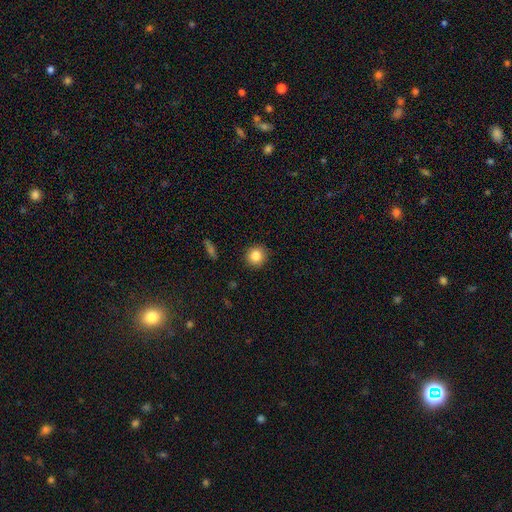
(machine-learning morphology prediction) A smooth galaxy with no disk features (85%) that is round (91%). Merging: none (90%).